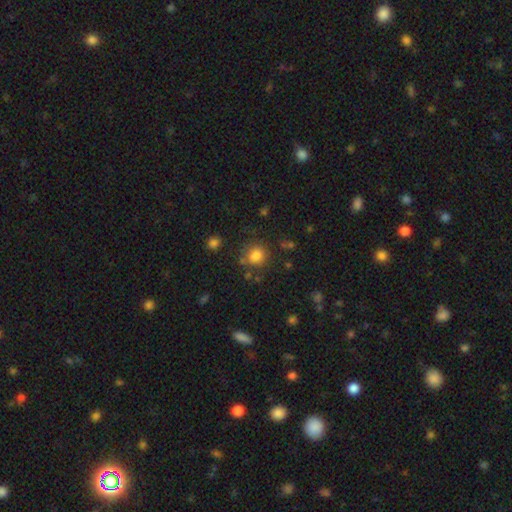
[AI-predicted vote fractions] Smooth or featured? Predicted: smooth (p=0.81). How rounded? Predicted: round (p=0.77). Merging? Predicted: none (p=0.73).